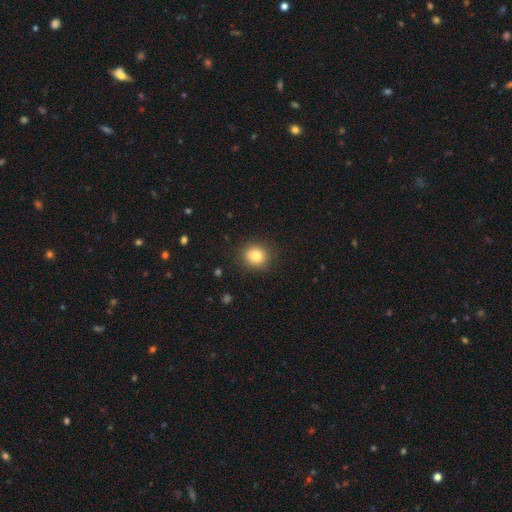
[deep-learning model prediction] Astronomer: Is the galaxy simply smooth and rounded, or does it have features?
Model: smooth — 84%.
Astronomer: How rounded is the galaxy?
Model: round — 80%.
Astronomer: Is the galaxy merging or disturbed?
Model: none — 87%.